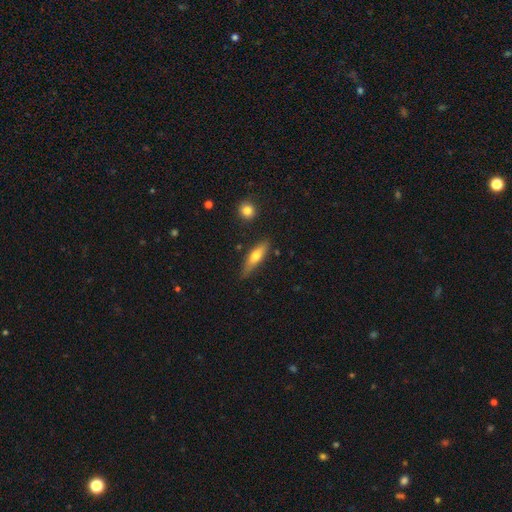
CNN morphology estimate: Smooth or featured? smooth (60%)
How rounded? cigar-shaped (63%)
Merging? none (73%)